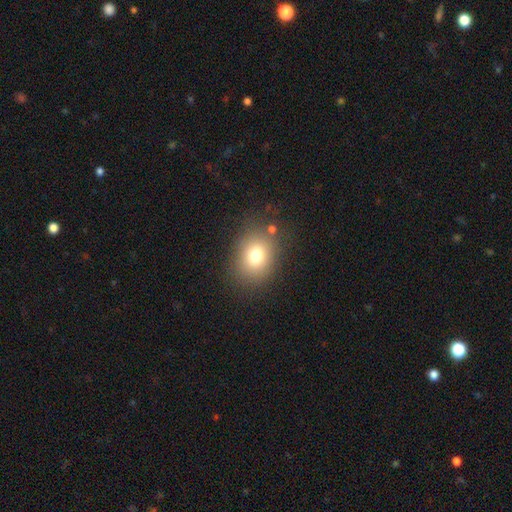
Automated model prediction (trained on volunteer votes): Smooth or featured?
  - smooth: 76% *
  - star or artifact: 13%
  - featured or disk: 11%
How rounded?
  - round: 52% *
  - in between: 47%
  - cigar-shaped: 1%
Merging?
  - none: 79% *
  - minor disturbance: 11%
  - major disturbance: 5%
  - merger: 4%